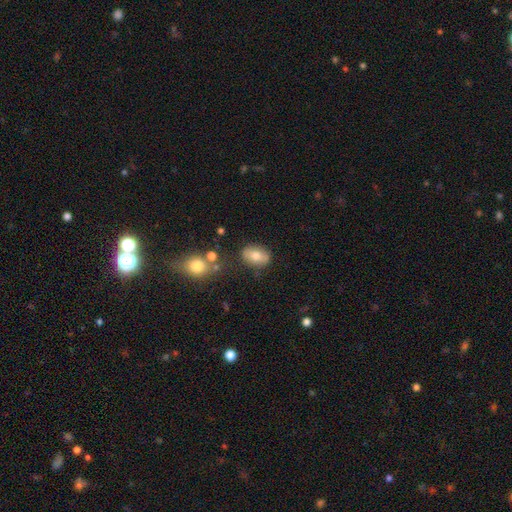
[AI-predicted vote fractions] Smooth or featured: smooth — 73% (featured or disk — 19%)
How rounded: in between — 83% (round — 15%)
Merging: none — 79% (minor disturbance — 13%)